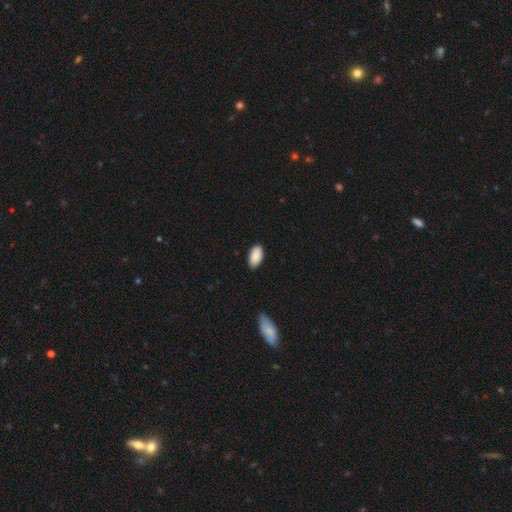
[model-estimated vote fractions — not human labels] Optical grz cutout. It shows a smooth galaxy with no disk features (89%) that is in between round and cigar-shaped (95%). Merging: none (83%).